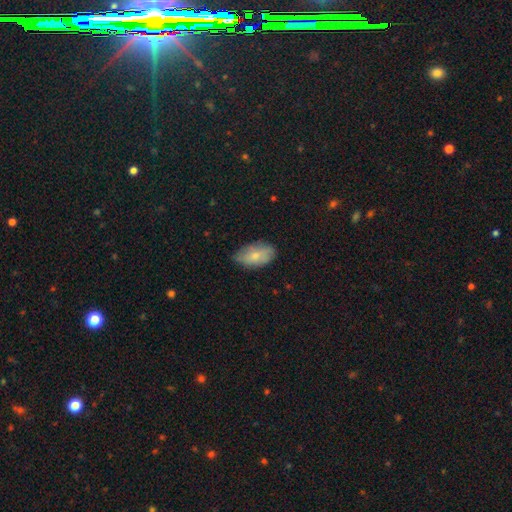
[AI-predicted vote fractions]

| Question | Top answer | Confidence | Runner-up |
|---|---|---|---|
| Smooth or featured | smooth | 72% | featured or disk (21%) |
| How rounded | in between | 93% | round (5%) |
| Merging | none | 67% | minor disturbance (26%) |